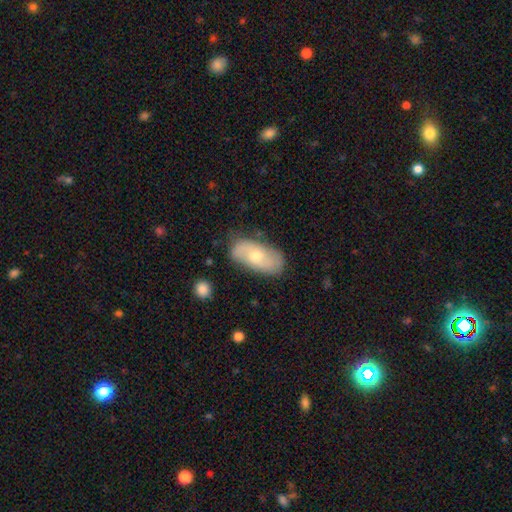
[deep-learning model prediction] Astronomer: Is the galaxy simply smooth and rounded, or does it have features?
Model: smooth — 49% (runner-up: featured or disk, 45%).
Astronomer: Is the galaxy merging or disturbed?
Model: none — 74%.